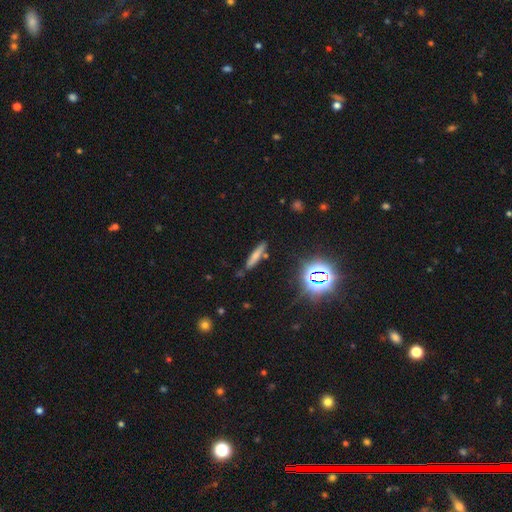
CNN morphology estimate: type=smooth (64%); roundness=cigar-shaped (86%); merging=none (82%).